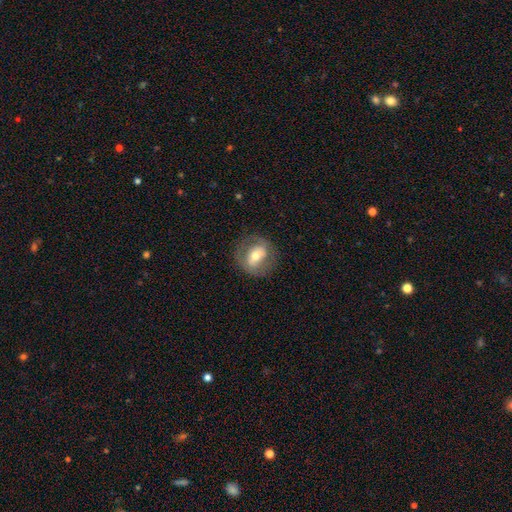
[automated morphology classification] Q: Smooth or featured?
A: featured or disk (49%); runner-up: smooth (44%)
Q: Merging?
A: none (77%); runner-up: minor disturbance (14%)